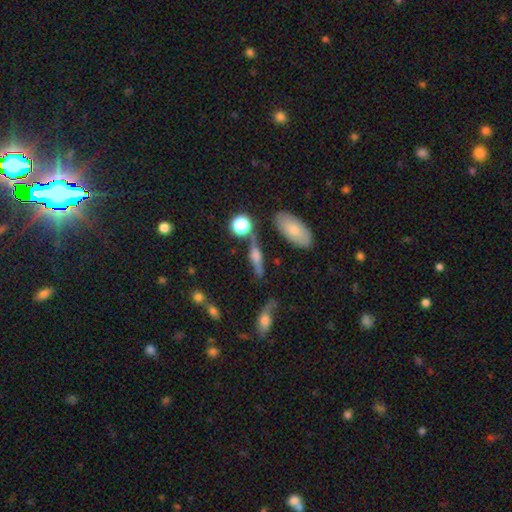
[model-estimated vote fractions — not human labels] This appears to be a smooth galaxy with no disk features (44%). Merging: none (72%).